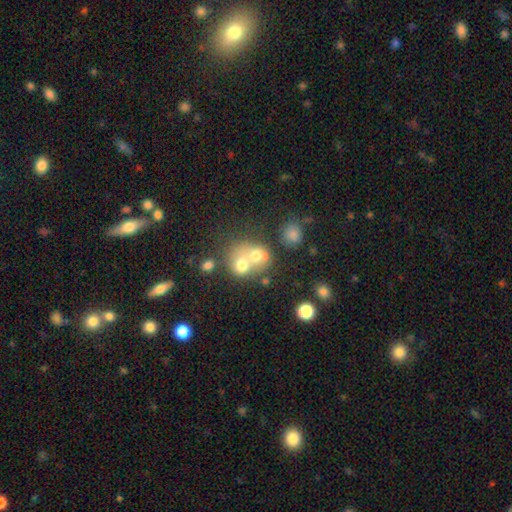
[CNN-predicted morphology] This appears to be a smooth galaxy with no disk features (66%) that is round (66%). Merging: merger (69%).